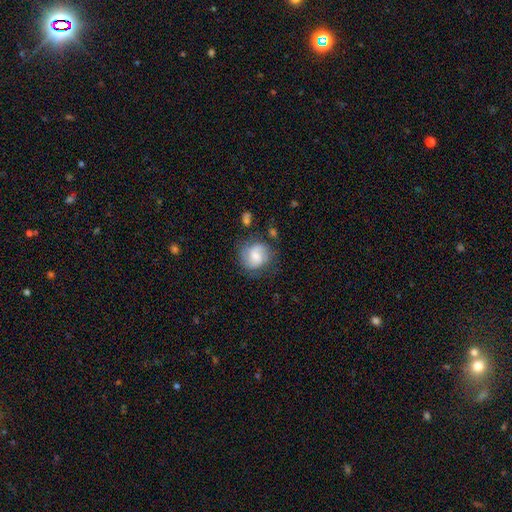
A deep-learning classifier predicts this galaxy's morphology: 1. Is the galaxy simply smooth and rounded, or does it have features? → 48% featured or disk, 45% smooth, 8% star or artifact.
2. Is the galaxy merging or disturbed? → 66% none, 20% minor disturbance, 10% major disturbance, 4% merger.